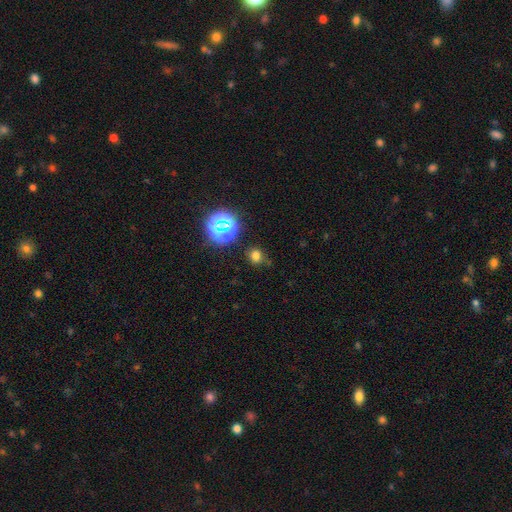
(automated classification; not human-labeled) Q: Smooth or featured?
A: smooth (68%); runner-up: star or artifact (26%)
Q: How rounded?
A: round (74%); runner-up: in between (25%)
Q: Merging?
A: none (77%); runner-up: minor disturbance (14%)